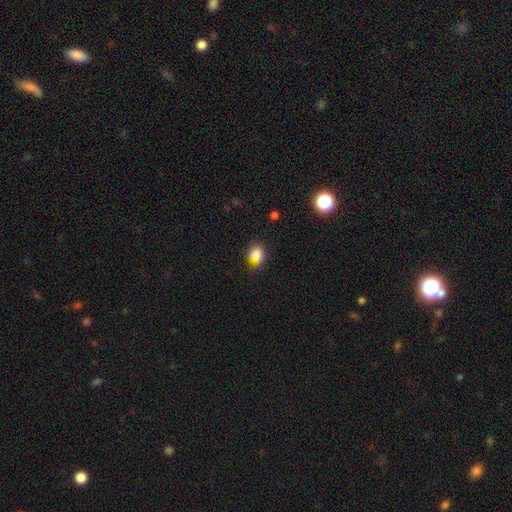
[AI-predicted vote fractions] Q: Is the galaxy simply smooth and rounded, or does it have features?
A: smooth — 77%.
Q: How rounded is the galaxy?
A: in between — 52%.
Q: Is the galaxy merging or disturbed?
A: none — 67%.